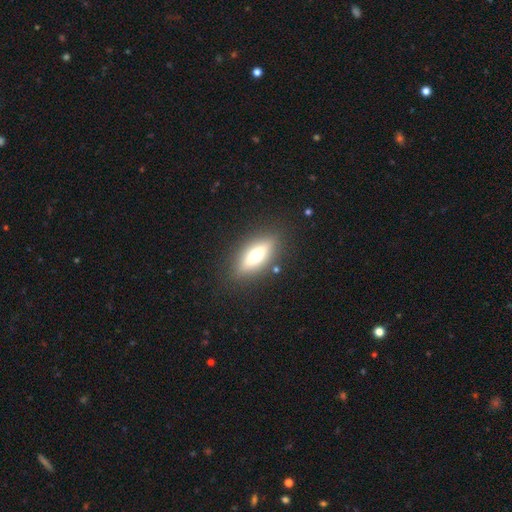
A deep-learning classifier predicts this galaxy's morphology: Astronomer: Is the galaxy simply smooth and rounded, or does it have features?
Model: smooth — 53% (runner-up: featured or disk, 40%).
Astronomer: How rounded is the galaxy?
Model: in between — 60% (runner-up: cigar-shaped, 37%).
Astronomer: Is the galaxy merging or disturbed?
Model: none — 85%.